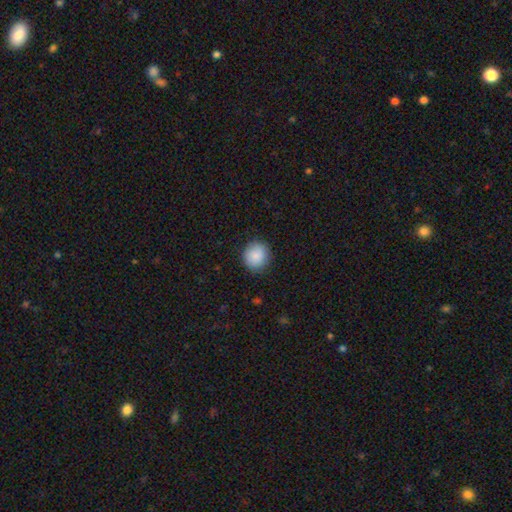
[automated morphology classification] type=smooth (88%); roundness=round (88%); merging=none (87%).